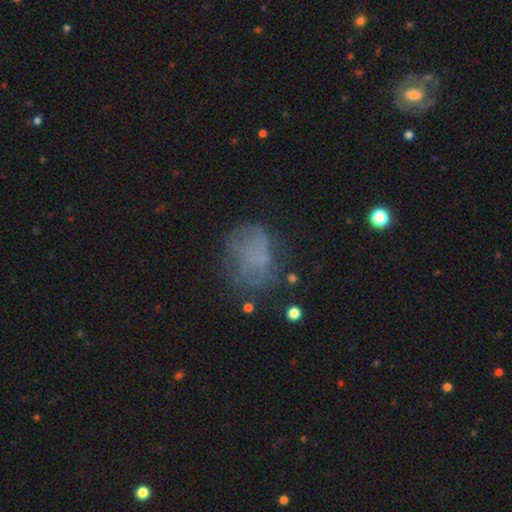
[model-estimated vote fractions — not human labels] Overall: smooth (50%; featured or disk 30%). How rounded: in between (55%; round 44%). Merging: none (50%; minor disturbance 24%).